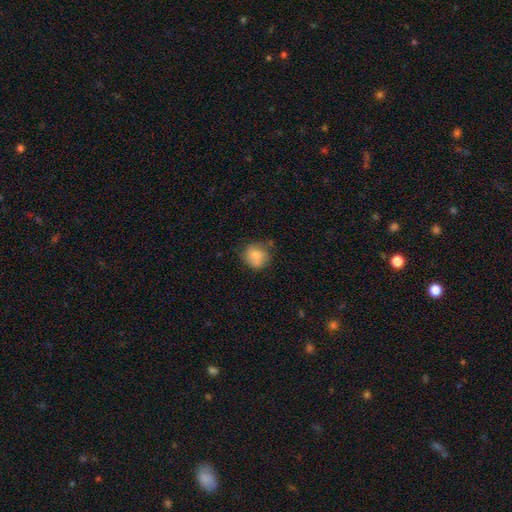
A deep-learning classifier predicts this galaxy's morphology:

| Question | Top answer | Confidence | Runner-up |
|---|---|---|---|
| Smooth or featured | smooth | 68% | featured or disk (24%) |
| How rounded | round | 79% | in between (20%) |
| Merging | none | 61% | minor disturbance (25%) |